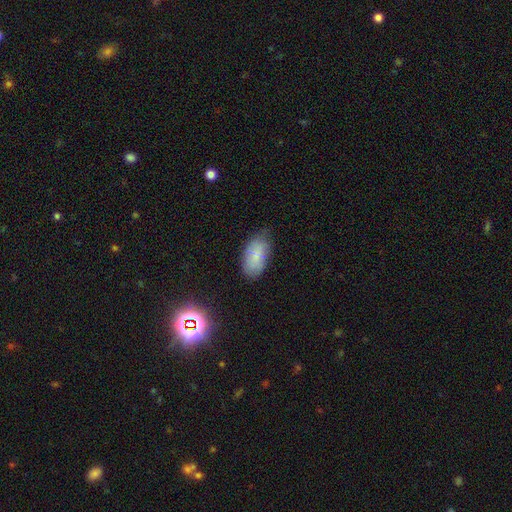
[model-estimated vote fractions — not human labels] Smooth or featured? smooth (76%)
How rounded? in between (94%)
Merging? none (73%)